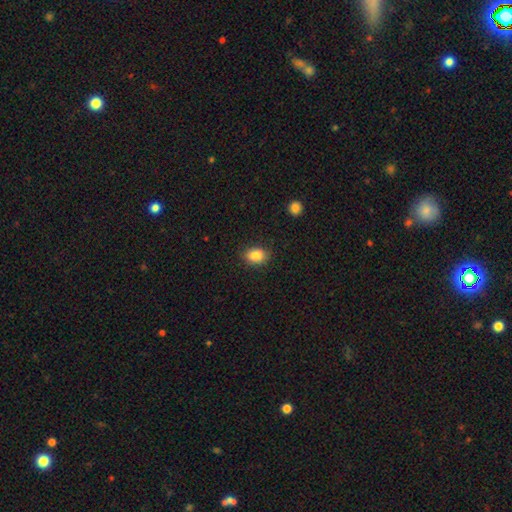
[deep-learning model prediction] The model was most divided on "how rounded": in between: 68%, round: 31%, cigar-shaped: 1%. More confident: merging — none (86%); smooth or featured — smooth (85%).